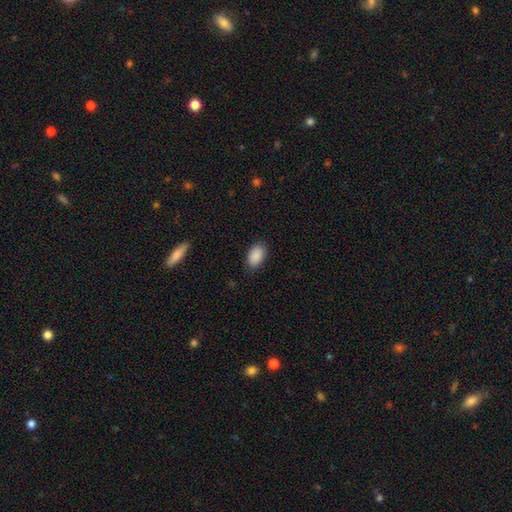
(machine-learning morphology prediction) smooth 90%, star or artifact 7%, featured or disk 3%. Down the decision tree: how rounded — in between (92%); merging — none (83%).